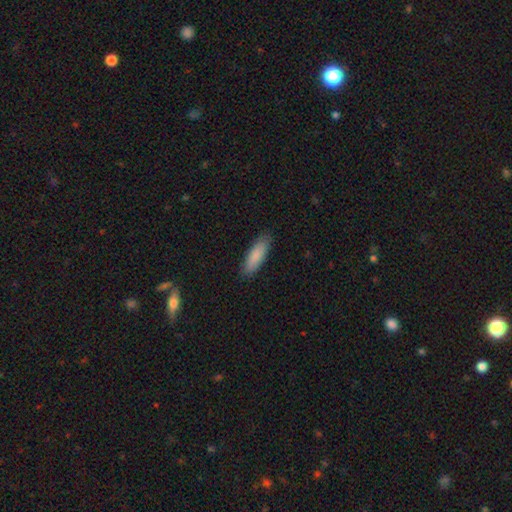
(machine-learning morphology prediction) type=smooth (86%); roundness=cigar-shaped (52%); merging=none (88%).